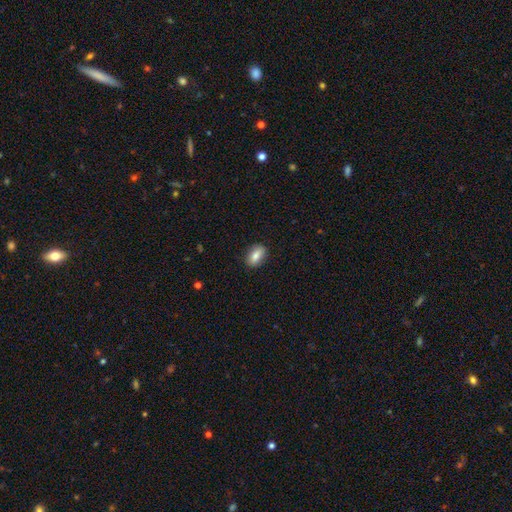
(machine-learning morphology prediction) type=smooth (82%); roundness=in between (87%); merging=none (87%).